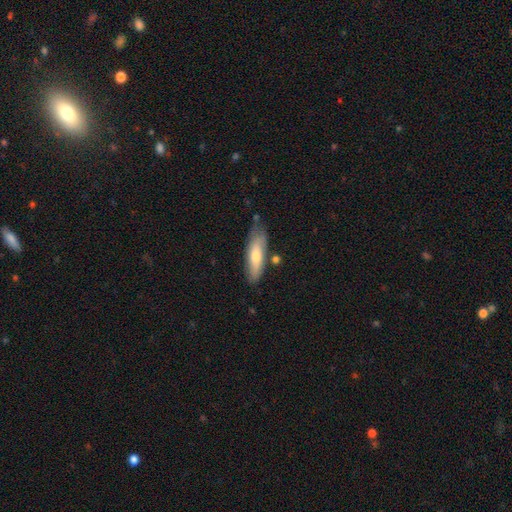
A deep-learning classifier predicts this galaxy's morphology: Q: Smooth or featured?
A: smooth (67%); runner-up: featured or disk (27%)
Q: How rounded?
A: cigar-shaped (54%); runner-up: in between (44%)
Q: Merging?
A: none (69%); runner-up: minor disturbance (21%)